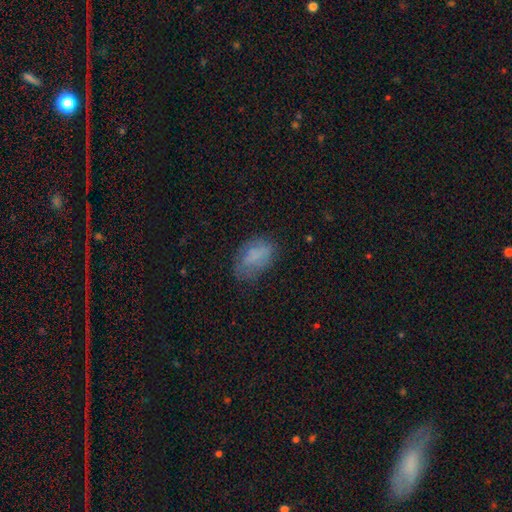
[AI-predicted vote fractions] Smooth or featured? smooth (68%)
How rounded? in between (88%)
Merging? none (58%)